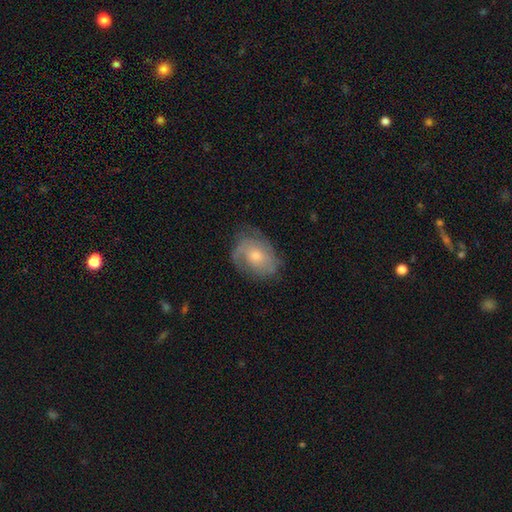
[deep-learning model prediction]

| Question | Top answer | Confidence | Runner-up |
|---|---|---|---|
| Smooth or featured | featured or disk | 61% | smooth (32%) |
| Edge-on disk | no | 96% | yes (4%) |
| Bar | no | 76% | weak (20%) |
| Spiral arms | yes | 82% | no (18%) |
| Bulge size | moderate | 55% | small (39%) |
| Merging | none | 65% | minor disturbance (24%) |